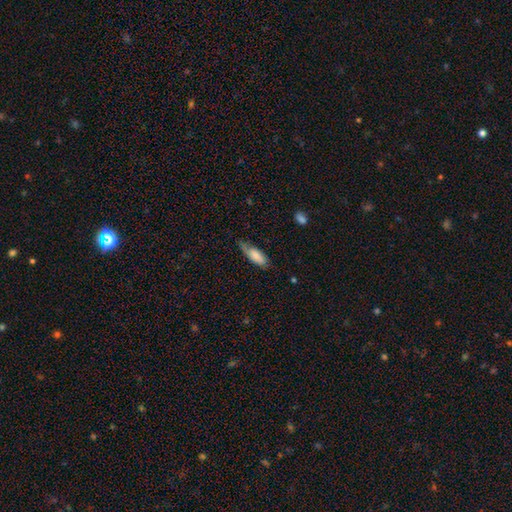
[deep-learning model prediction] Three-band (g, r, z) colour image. It shows a smooth galaxy with no disk features (71%) that is in between round and cigar-shaped (75%). Merging: none (49%).